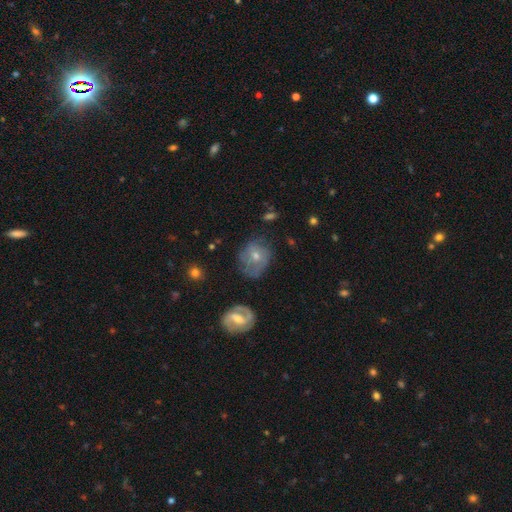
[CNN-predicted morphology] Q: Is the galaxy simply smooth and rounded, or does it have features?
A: featured or disk — 57%.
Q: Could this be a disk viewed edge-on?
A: no — 96%.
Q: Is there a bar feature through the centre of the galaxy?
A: no — 64%.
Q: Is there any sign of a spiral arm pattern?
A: yes — 78%.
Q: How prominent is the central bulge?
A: moderate — 51%.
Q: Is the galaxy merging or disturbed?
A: none — 63%.